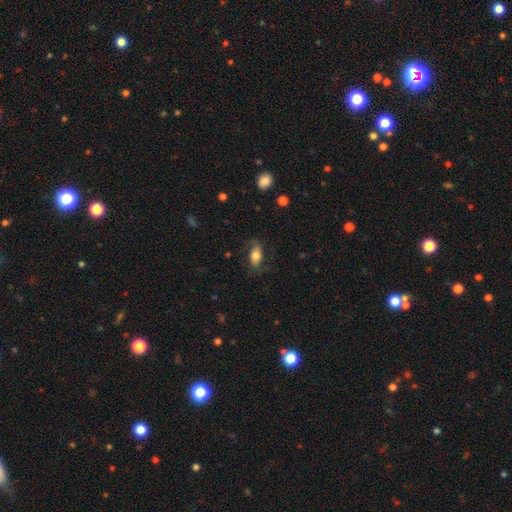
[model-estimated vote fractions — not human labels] Smooth or featured?
  - smooth: 65% *
  - featured or disk: 26%
  - star or artifact: 8%
How rounded?
  - in between: 84% *
  - cigar-shaped: 8%
  - round: 7%
Merging?
  - none: 70% *
  - minor disturbance: 20%
  - major disturbance: 9%
  - merger: 1%